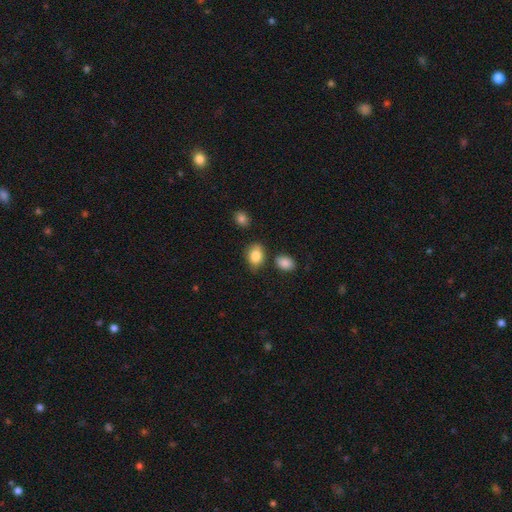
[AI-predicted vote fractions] A smooth galaxy with no disk features (85%) that is in between round and cigar-shaped (69%). Merging: none (71%).